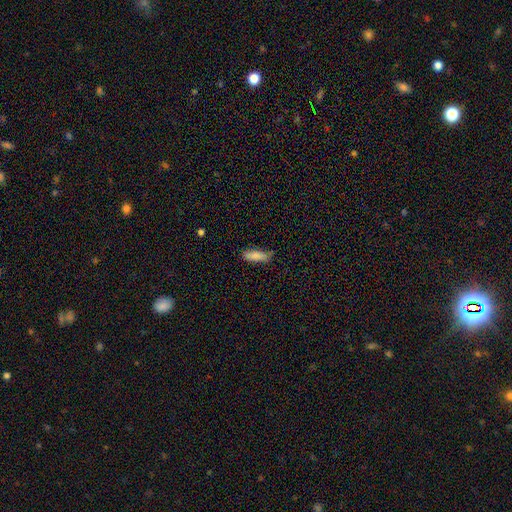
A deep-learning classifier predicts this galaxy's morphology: This is clearly a smooth galaxy (85%). How rounded: possibly in between (51%). Merging: likely none (68%).